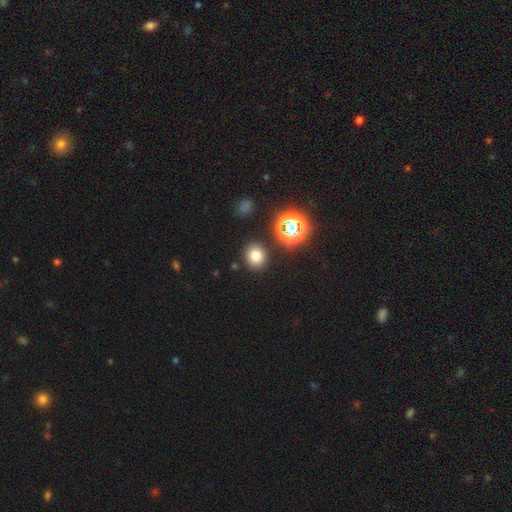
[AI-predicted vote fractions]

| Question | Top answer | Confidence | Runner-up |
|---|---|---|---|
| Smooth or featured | smooth | 74% | star or artifact (18%) |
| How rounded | round | 73% | in between (26%) |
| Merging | none | 87% | minor disturbance (7%) |